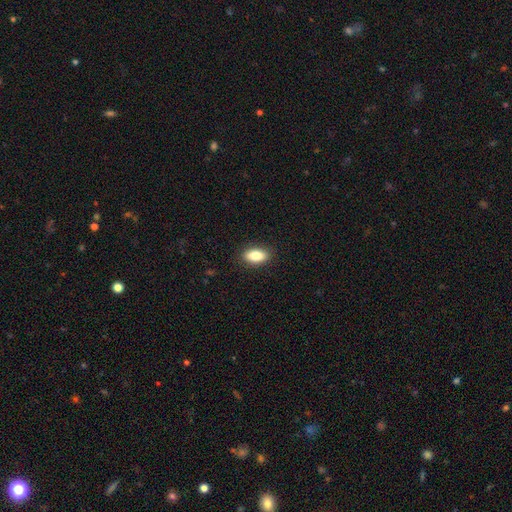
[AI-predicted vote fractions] Smooth or featured? smooth (83%)
How rounded? in between (88%)
Merging? none (89%)